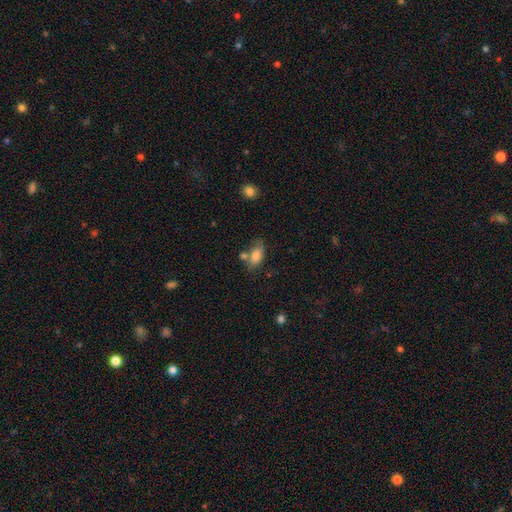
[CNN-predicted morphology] A smooth galaxy with no disk features (80%) that is in between round and cigar-shaped (88%).

Vote fractions:
- Smooth or featured? smooth: 80% / featured or disk: 11% / star or artifact: 9%
- How rounded? in between: 88% / cigar-shaped: 6% / round: 5%
- Merging? none: 48% / minor disturbance: 23% / merger: 21% / major disturbance: 9%